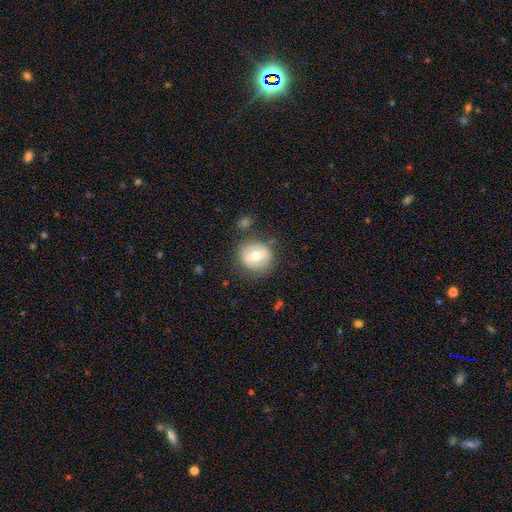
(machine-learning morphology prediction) This appears to be a smooth galaxy with no disk features (62%) that is round (84%). Merging: none (74%).